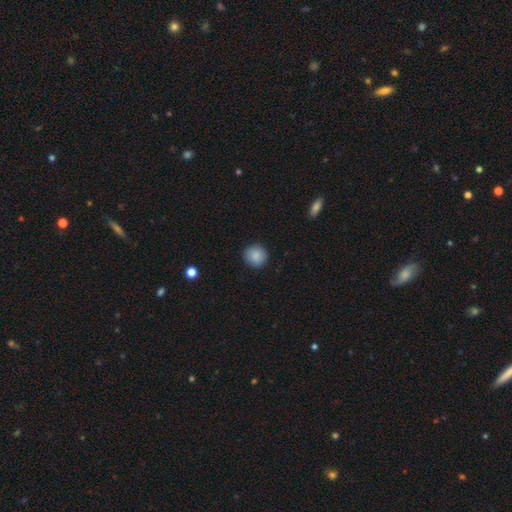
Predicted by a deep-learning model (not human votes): This is clearly a smooth galaxy (87%). How rounded: clearly round (94%). Merging: clearly none (90%).